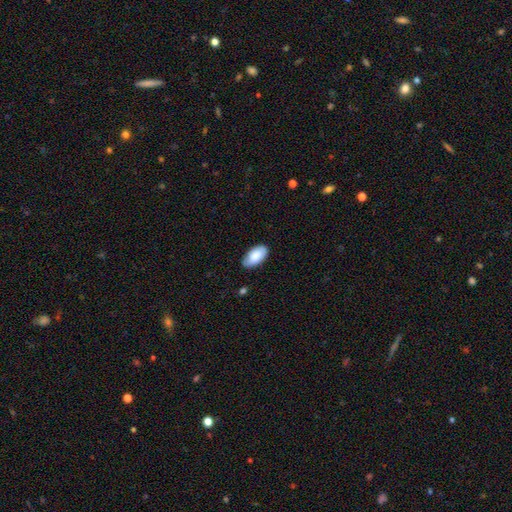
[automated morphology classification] Smooth or featured? smooth (85%)
How rounded? in between (96%)
Merging? none (82%)